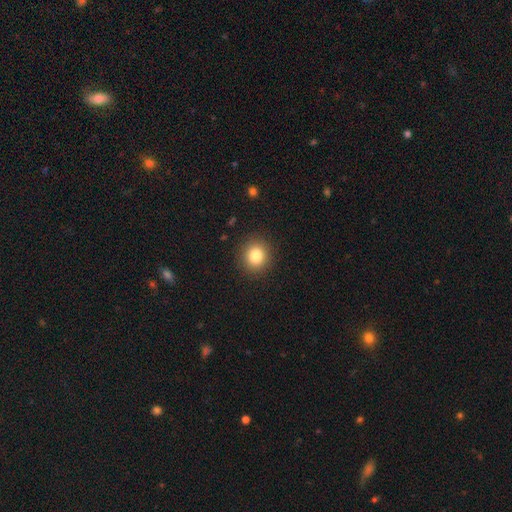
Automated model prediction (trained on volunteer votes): Q: Smooth or featured?
A: smooth (82%); runner-up: star or artifact (11%)
Q: How rounded?
A: round (86%); runner-up: in between (13%)
Q: Merging?
A: none (91%); runner-up: minor disturbance (6%)